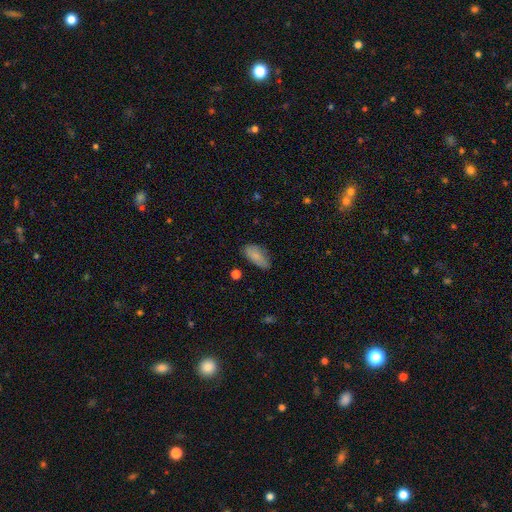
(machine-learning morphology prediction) smooth 82%, featured or disk 11%, star or artifact 7%. Down the decision tree: how rounded — in between (89%); merging — none (72%).